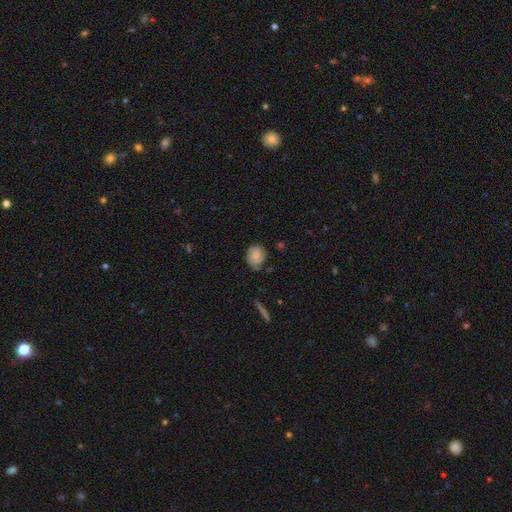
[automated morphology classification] smooth_or_featured: smooth (p=0.78) [alt: featured or disk p=0.13]
how_rounded: round (p=0.54) [alt: in between p=0.45]
merging: none (p=0.65) [alt: minor disturbance p=0.26]